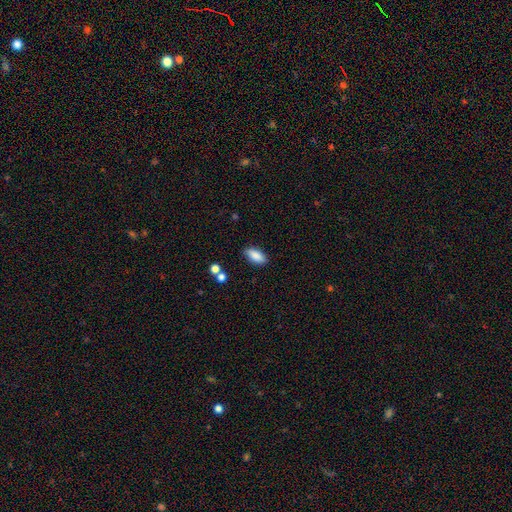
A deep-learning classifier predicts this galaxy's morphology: smooth_or_featured: smooth (p=0.87) [alt: star or artifact p=0.07]
how_rounded: in between (p=0.87) [alt: cigar-shaped p=0.10]
merging: none (p=0.86) [alt: minor disturbance p=0.10]